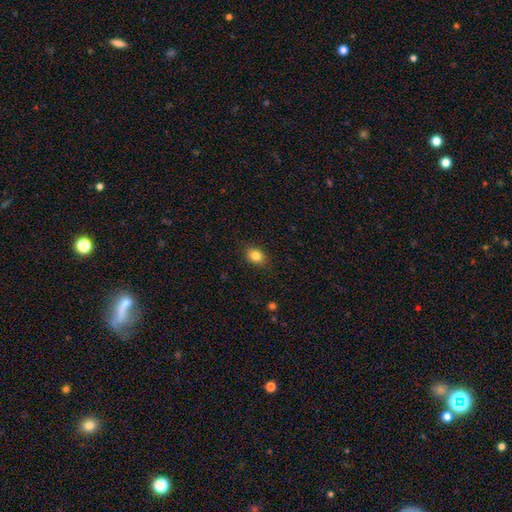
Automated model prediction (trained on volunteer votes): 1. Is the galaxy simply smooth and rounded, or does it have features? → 84% smooth, 10% star or artifact, 6% featured or disk.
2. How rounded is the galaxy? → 66% in between, 33% round, 1% cigar-shaped.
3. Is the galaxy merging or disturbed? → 87% none, 10% minor disturbance, 2% major disturbance, 1% merger.